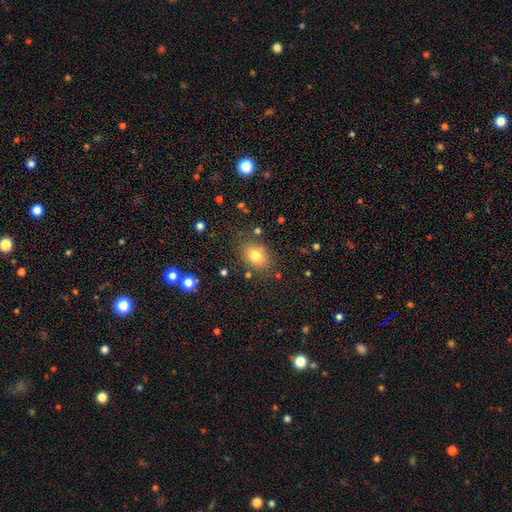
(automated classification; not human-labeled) A smooth galaxy with no disk features (78%) that is in between round and cigar-shaped (69%).

Vote fractions:
- Smooth or featured? smooth: 78% / star or artifact: 11% / featured or disk: 11%
- How rounded? in between: 69% / round: 30% / cigar-shaped: 1%
- Merging? none: 80% / minor disturbance: 13% / major disturbance: 4% / merger: 4%